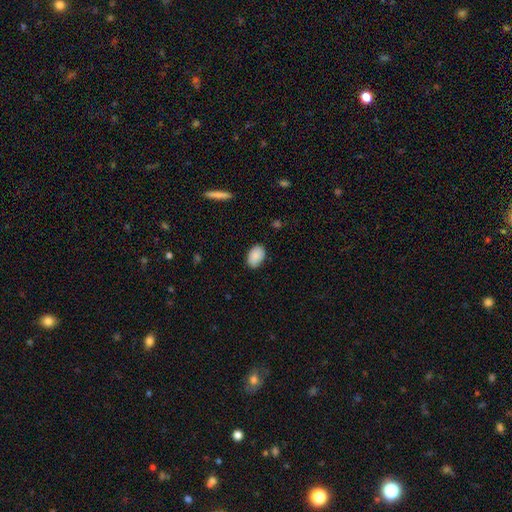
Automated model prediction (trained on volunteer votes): Morphology: type=smooth (89%); roundness=in between (90%); merging=none (84%).